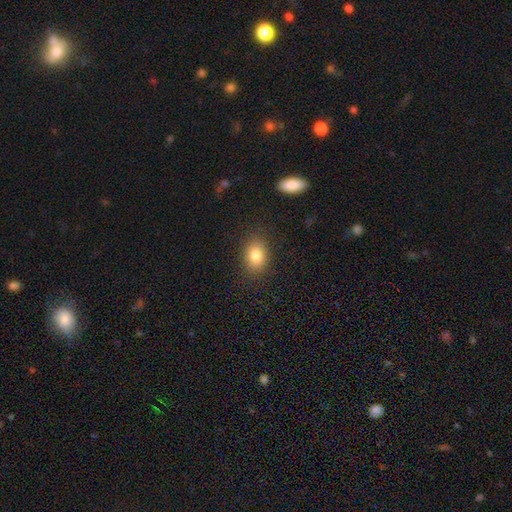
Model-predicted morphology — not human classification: Smooth or featured? Predicted: smooth (p=0.83). How rounded? Predicted: in between (p=0.72). Merging? Predicted: none (p=0.86).